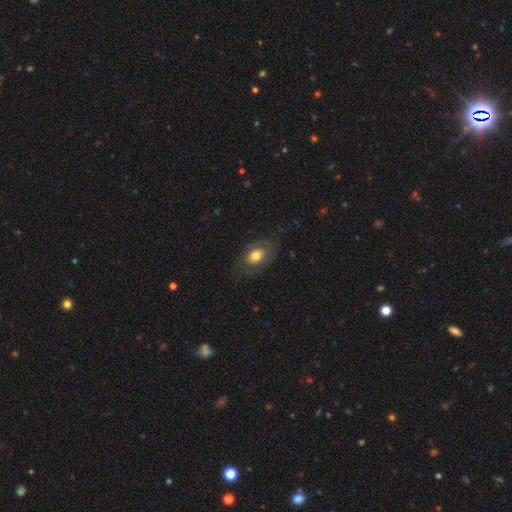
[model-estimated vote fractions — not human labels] Smooth or featured: smooth — 65% (featured or disk — 28%)
How rounded: in between — 84% (round — 14%)
Merging: none — 71% (minor disturbance — 18%)